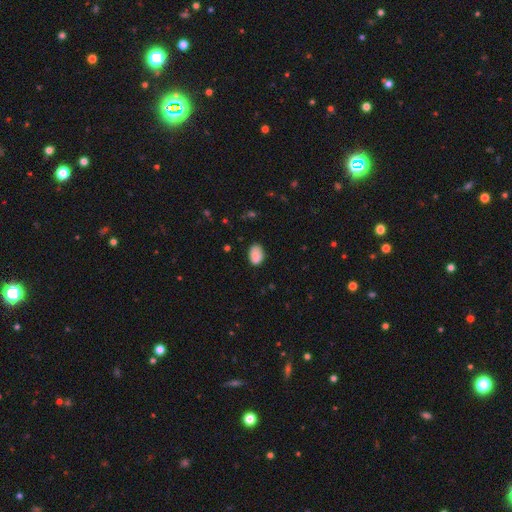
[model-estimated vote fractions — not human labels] Smooth or featured? Predicted: smooth (p=0.86). How rounded? Predicted: in between (p=0.83). Merging? Predicted: none (p=0.72).